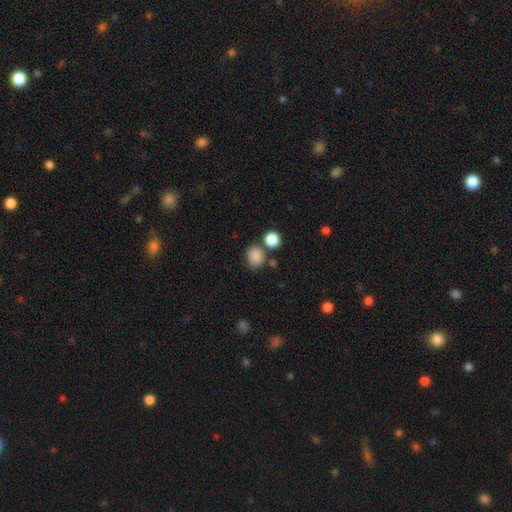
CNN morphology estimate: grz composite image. It shows a smooth galaxy with no disk features (85%) that is round (58%). Merging: none (66%).